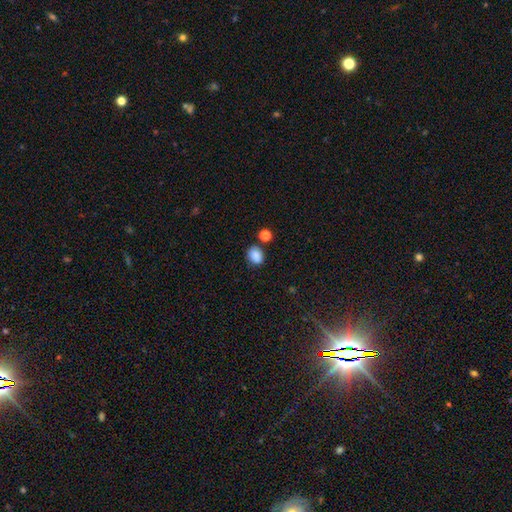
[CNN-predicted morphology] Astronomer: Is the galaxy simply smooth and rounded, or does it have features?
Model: smooth — 86%.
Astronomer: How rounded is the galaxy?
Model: in between — 56% (runner-up: round, 43%).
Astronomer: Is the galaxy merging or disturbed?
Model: none — 75%.